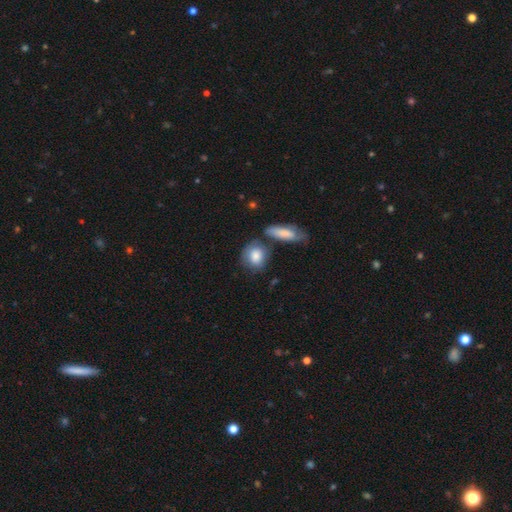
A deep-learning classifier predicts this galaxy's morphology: Q: Smooth or featured?
A: smooth (79%); runner-up: featured or disk (15%)
Q: How rounded?
A: round (48%); runner-up: in between (47%)
Q: Merging?
A: none (55%); runner-up: merger (20%)